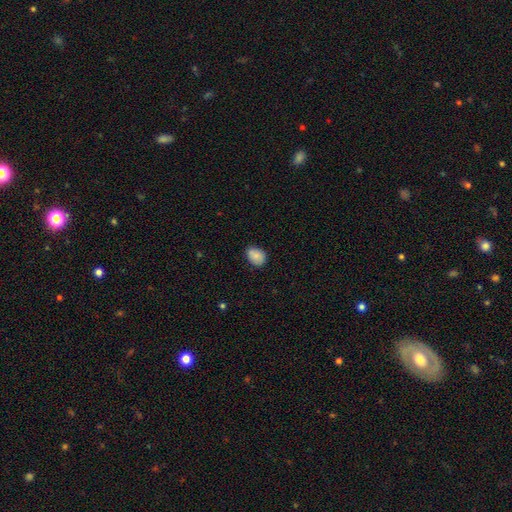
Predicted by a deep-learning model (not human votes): This is clearly a smooth galaxy (85%). How rounded: likely in between (72%). Merging: likely none (77%).